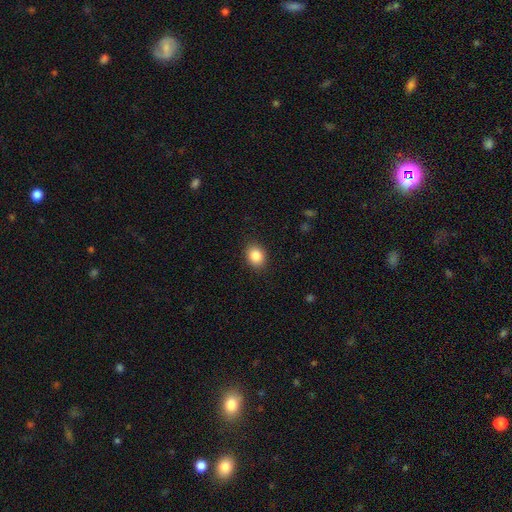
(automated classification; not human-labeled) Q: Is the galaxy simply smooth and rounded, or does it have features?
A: smooth — 86%.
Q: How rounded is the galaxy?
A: in between — 56%.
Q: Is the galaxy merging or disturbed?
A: none — 89%.